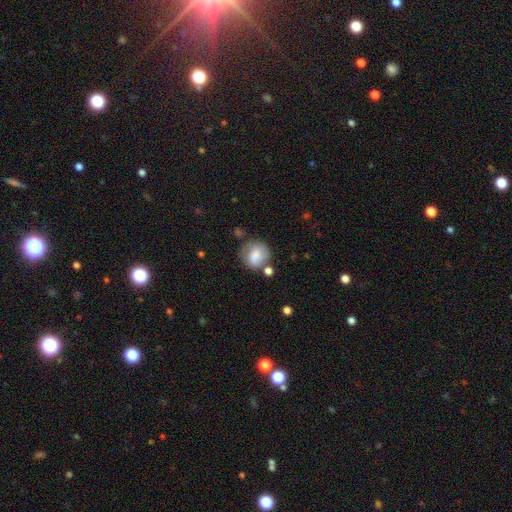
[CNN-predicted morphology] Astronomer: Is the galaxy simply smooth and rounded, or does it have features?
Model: smooth — 72%.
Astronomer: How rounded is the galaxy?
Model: round — 78%.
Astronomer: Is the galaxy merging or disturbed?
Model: none — 58%.